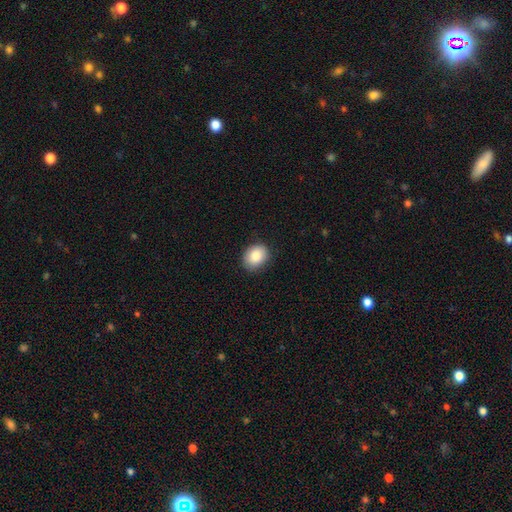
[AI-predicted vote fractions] Smooth or featured? smooth (87%)
How rounded? in between (52%)
Merging? none (84%)